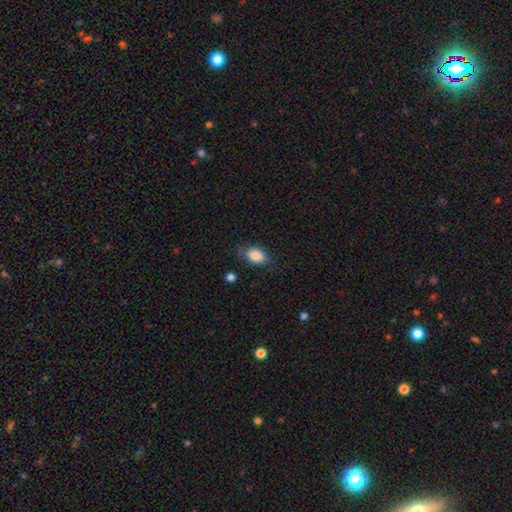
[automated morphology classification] Smooth or featured?
  - smooth: 86% *
  - star or artifact: 8%
  - featured or disk: 6%
How rounded?
  - in between: 86% *
  - round: 12%
  - cigar-shaped: 2%
Merging?
  - none: 72% *
  - minor disturbance: 20%
  - major disturbance: 6%
  - merger: 2%